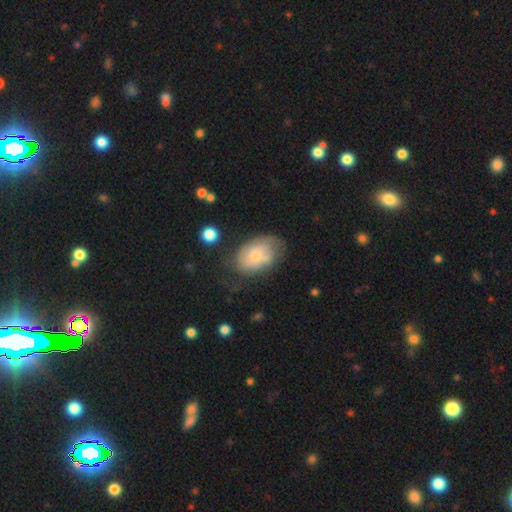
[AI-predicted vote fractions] smooth_or_featured: smooth (p=0.59) [alt: featured or disk p=0.34]
how_rounded: in between (p=0.86) [alt: round p=0.12]
merging: none (p=0.52) [alt: minor disturbance p=0.28]